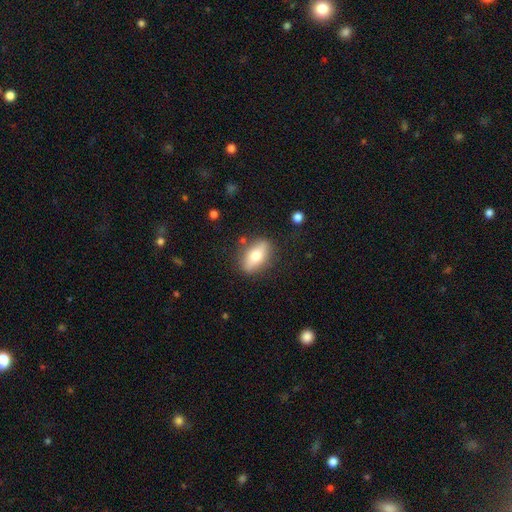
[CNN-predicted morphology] A smooth galaxy with no disk features (67%) that is in between round and cigar-shaped (81%).

Vote fractions:
- Smooth or featured? smooth: 67% / featured or disk: 27% / star or artifact: 7%
- How rounded? in between: 81% / cigar-shaped: 13% / round: 6%
- Merging? none: 82% / minor disturbance: 12% / major disturbance: 4% / merger: 2%